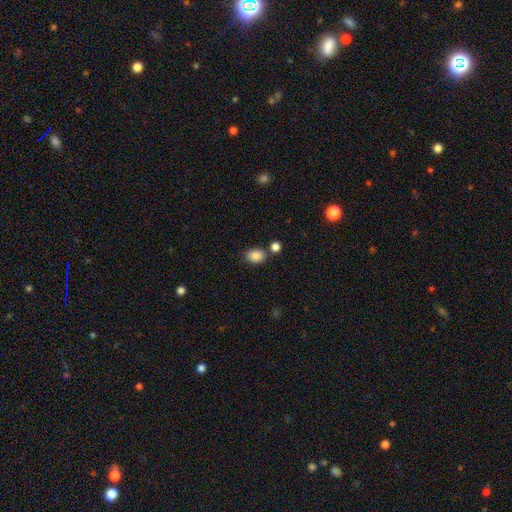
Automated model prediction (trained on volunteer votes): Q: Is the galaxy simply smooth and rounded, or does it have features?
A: smooth — 86%.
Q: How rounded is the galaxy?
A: in between — 69%.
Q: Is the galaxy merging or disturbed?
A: none — 75%.